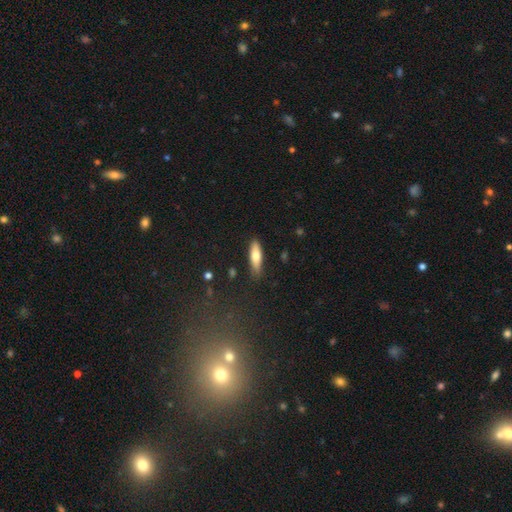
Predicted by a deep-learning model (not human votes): smooth 71%, featured or disk 23%, star or artifact 6%. Down the decision tree: how rounded — cigar-shaped (57%); merging — none (85%).